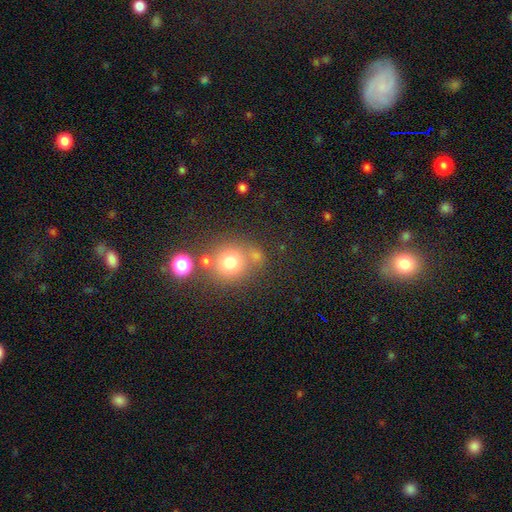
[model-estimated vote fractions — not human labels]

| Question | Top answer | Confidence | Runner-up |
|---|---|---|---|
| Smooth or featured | smooth | 71% | star or artifact (18%) |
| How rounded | round | 87% | in between (12%) |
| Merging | none | 67% | merger (16%) |